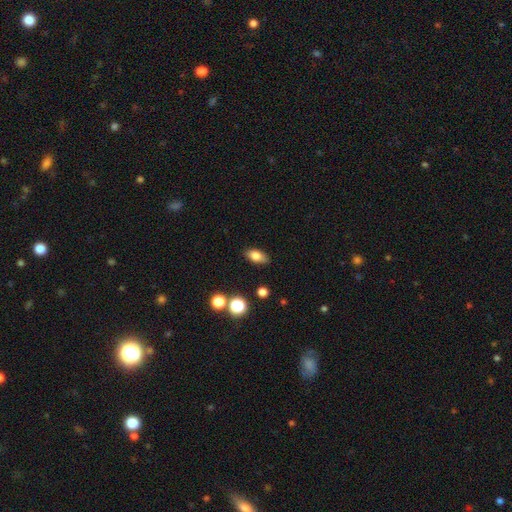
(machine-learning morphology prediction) The model was most divided on "smooth or featured": smooth: 79%, featured or disk: 11%, star or artifact: 10%. More confident: how rounded — in between (86%); merging — none (85%).